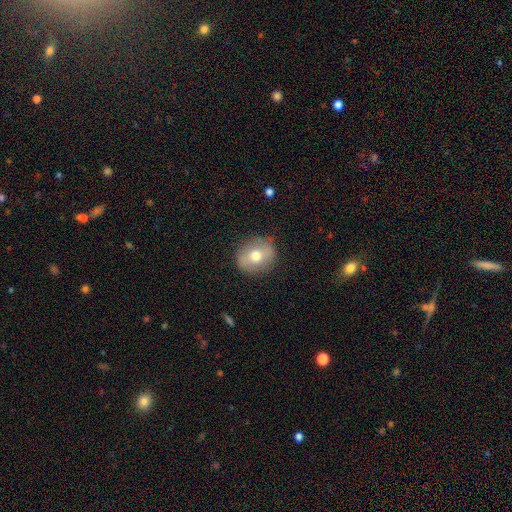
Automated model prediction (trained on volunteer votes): This appears to be a smooth galaxy with no disk features (60%) that is round (72%). Merging: none (84%).